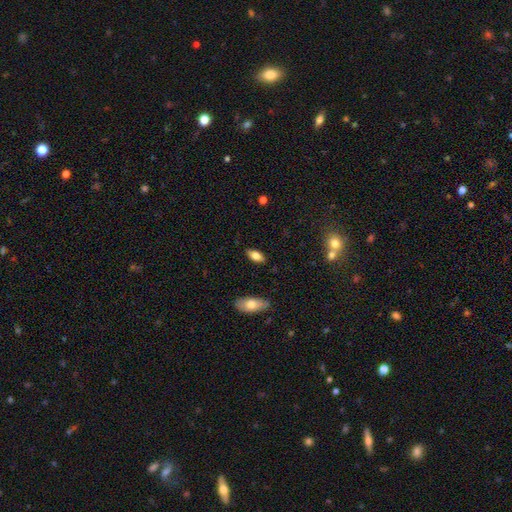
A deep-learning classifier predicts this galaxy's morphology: smooth-or-featured: smooth: 79% | featured or disk: 14% | star or artifact: 8%
  how-rounded: in between: 87% | cigar-shaped: 10% | round: 3%
  merging: none: 86% | minor disturbance: 10% | major disturbance: 2% | merger: 2%